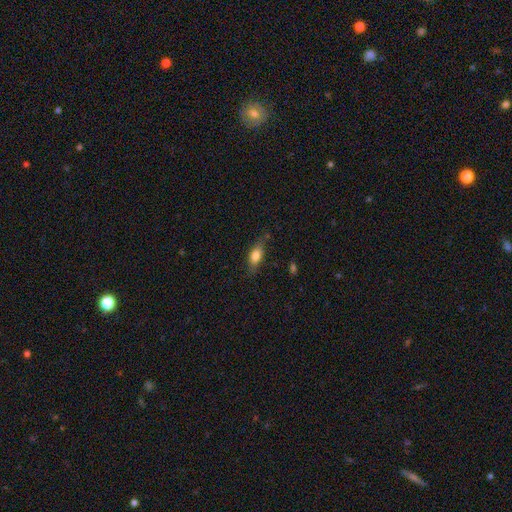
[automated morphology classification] Smooth or featured?
  - smooth: 75% *
  - featured or disk: 17%
  - star or artifact: 8%
How rounded?
  - in between: 76% *
  - cigar-shaped: 19%
  - round: 5%
Merging?
  - none: 72% *
  - minor disturbance: 21%
  - major disturbance: 5%
  - merger: 2%